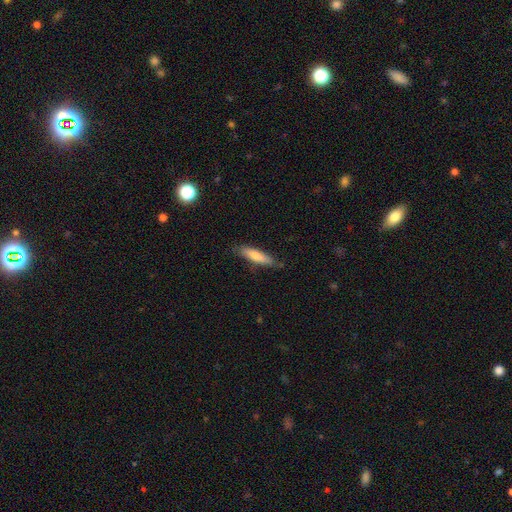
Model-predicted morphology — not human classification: Overall: smooth (71%). How rounded: cigar-shaped (80%). Merging: none (81%).